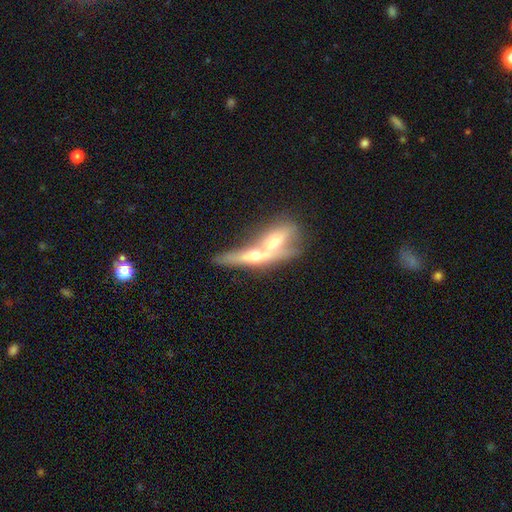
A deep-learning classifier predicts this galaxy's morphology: Smooth or featured? Predicted: featured or disk (p=0.51). Edge-on disk? Predicted: yes (p=0.61). Merging? Predicted: merger (p=0.72).